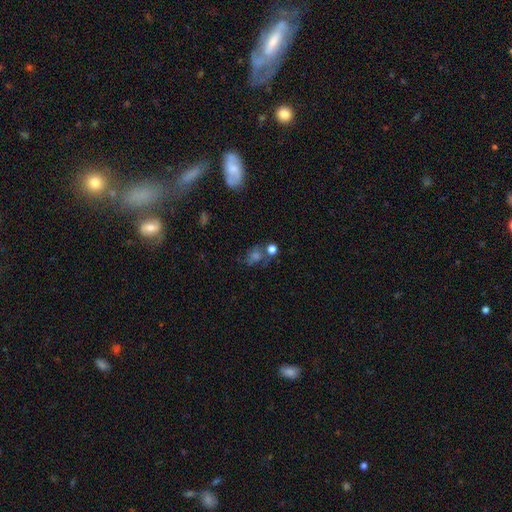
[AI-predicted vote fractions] Overall: smooth (41%; featured or disk 31%). Merging: none (56%; merger 18%).